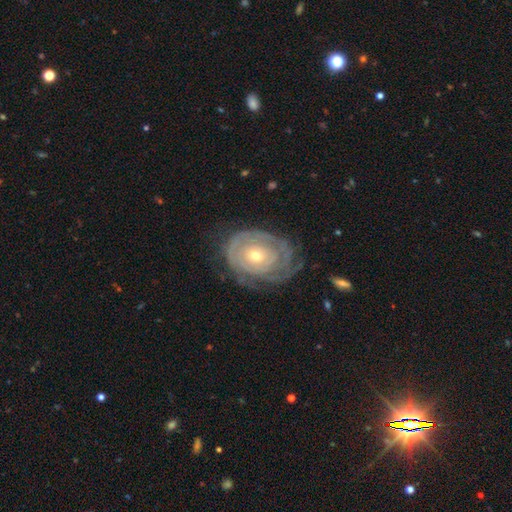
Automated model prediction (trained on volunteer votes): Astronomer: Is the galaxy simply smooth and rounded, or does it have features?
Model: featured or disk — 80%.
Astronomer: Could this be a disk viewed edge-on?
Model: no — 96%.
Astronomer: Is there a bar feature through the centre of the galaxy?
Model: no — 80%.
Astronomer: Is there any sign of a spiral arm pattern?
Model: yes — 82%.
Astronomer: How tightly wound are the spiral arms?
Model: tight — 81%.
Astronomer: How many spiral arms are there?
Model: can't tell — 54%.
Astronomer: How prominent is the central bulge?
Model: small — 50% (runner-up: moderate, 47%).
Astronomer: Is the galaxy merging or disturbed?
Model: none — 63%.